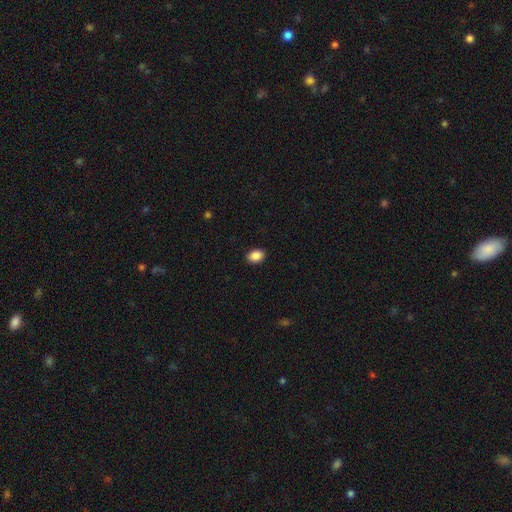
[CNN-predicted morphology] Smooth or featured? Predicted: smooth (p=0.89). How rounded? Predicted: in between (p=0.75). Merging? Predicted: none (p=0.90).